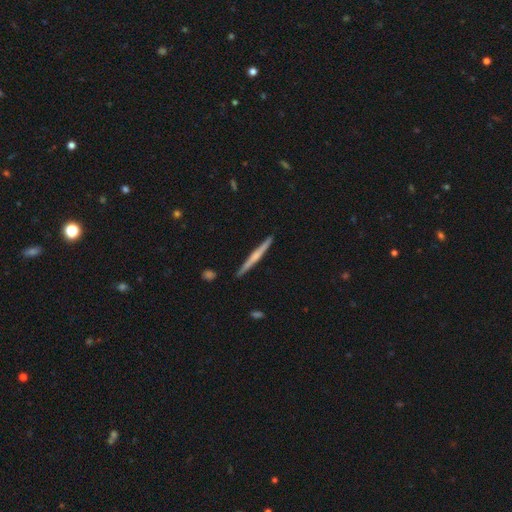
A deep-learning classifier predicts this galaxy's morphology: Overall: featured or disk (61%; smooth 34%). Edge-on disk: yes (98%). Edge-on bulge: rounded (46%; none 41%). Merging: none (91%).